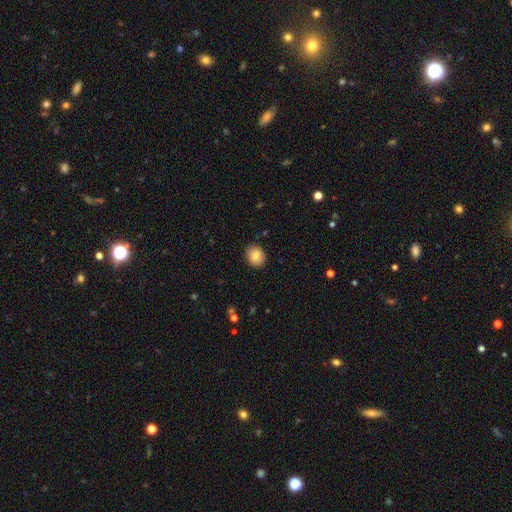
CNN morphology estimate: smooth 84%, star or artifact 8%, featured or disk 7%. Down the decision tree: how rounded — round (68%); merging — none (90%).